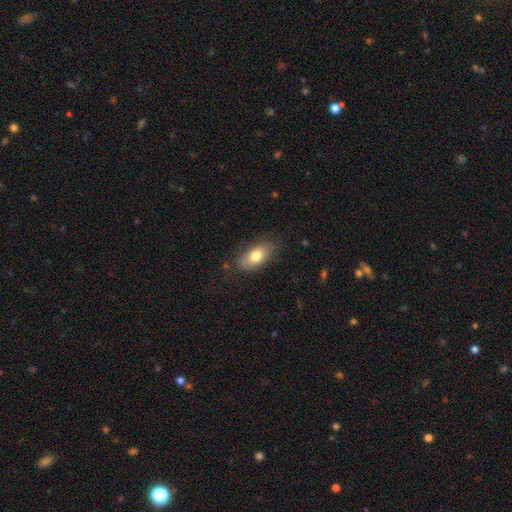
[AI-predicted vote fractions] This is likely a smooth galaxy (74%). How rounded: clearly in between (88%). Merging: likely none (76%).